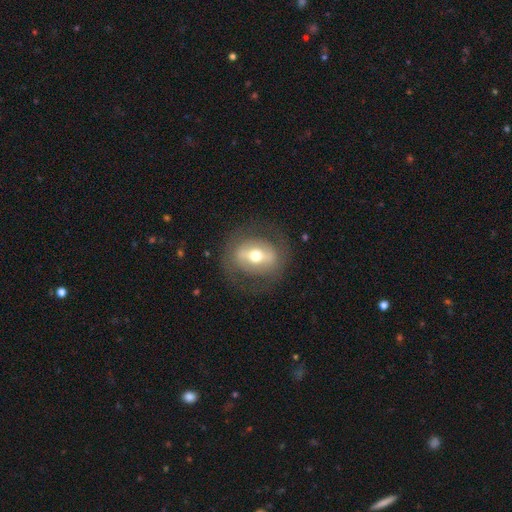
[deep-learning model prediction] Q: Smooth or featured?
A: featured or disk (60%); runner-up: smooth (32%)
Q: Edge-on disk?
A: no (88%); runner-up: yes (12%)
Q: Bar?
A: strong (50%); runner-up: weak (29%)
Q: Spiral arms?
A: no (72%); runner-up: yes (28%)
Q: Bulge size?
A: moderate (69%); runner-up: small (18%)
Q: Merging?
A: none (77%); runner-up: minor disturbance (12%)